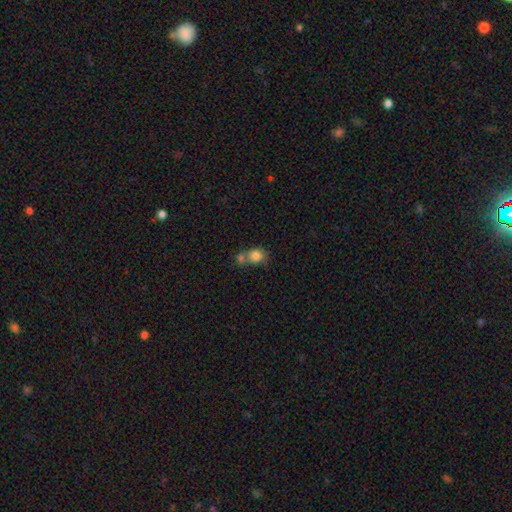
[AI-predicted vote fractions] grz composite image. It shows a smooth galaxy with no disk features (80%) that is round (68%). Merging: merger (50%).